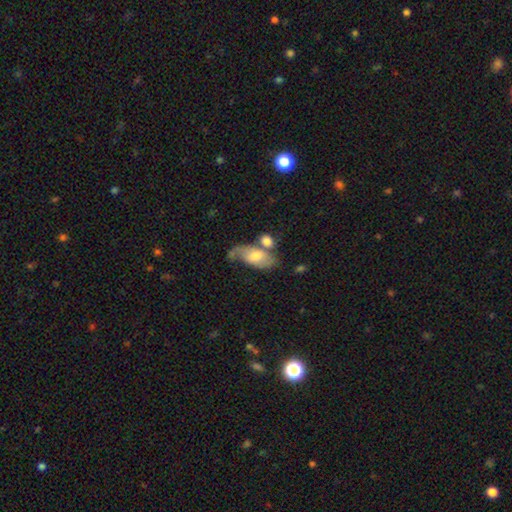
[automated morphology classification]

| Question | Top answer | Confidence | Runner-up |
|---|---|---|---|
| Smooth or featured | smooth | 52% | featured or disk (41%) |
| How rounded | in between | 88% | cigar-shaped (6%) |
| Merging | none | 36% | merger (31%) |